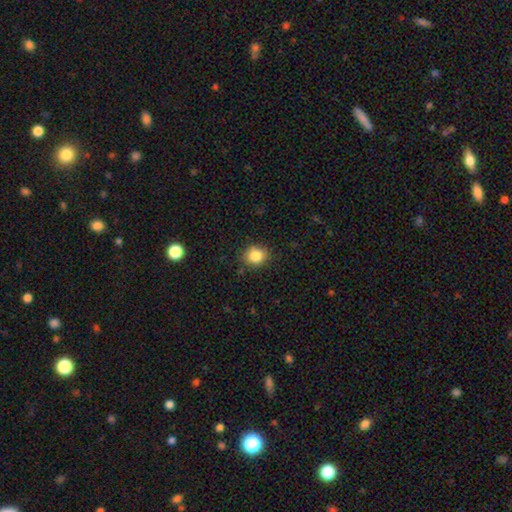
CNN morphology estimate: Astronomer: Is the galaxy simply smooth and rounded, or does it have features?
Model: smooth — 84%.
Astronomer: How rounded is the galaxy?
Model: round — 71%.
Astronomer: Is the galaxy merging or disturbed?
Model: none — 83%.